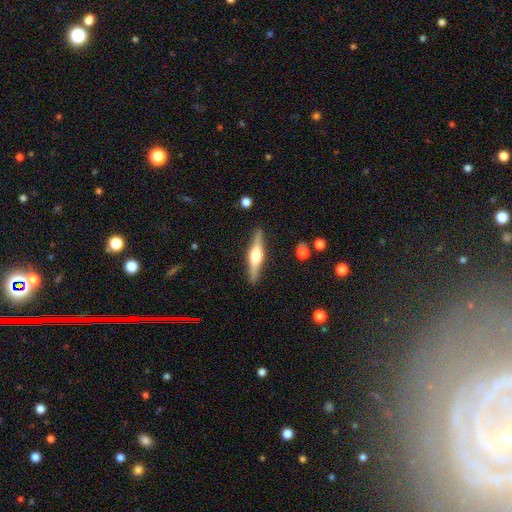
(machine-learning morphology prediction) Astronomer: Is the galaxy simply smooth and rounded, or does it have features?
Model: featured or disk — 66%.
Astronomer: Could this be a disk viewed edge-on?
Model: yes — 97%.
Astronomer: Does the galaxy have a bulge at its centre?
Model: rounded — 91%.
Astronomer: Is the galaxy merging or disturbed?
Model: none — 89%.